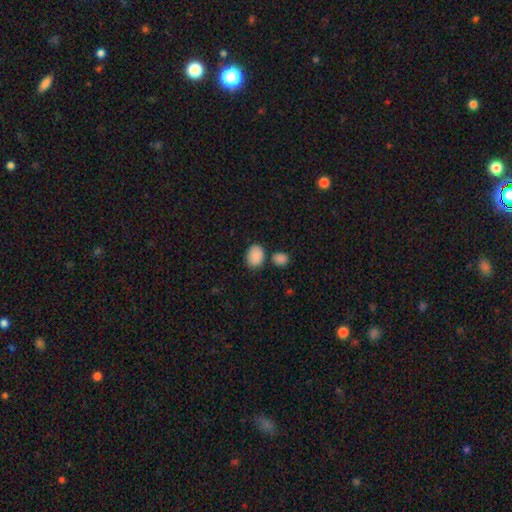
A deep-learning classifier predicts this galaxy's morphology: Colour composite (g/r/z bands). It shows a smooth galaxy with no disk features (89%) that is in between round and cigar-shaped (72%). Merging: none (73%).